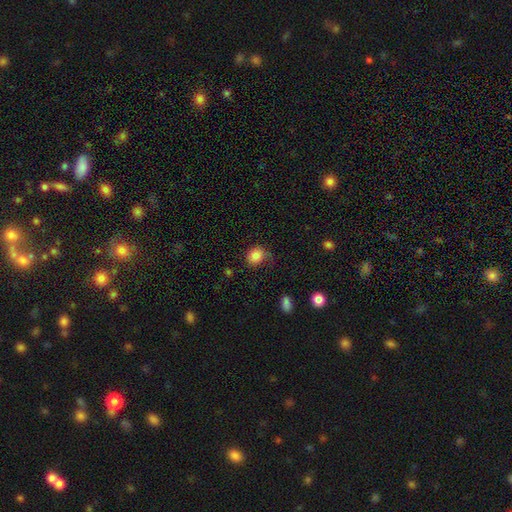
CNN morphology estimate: smooth_or_featured: smooth (p=0.83) [alt: star or artifact p=0.10]
how_rounded: round (p=0.71) [alt: in between p=0.28]
merging: none (p=0.59) [alt: minor disturbance p=0.25]